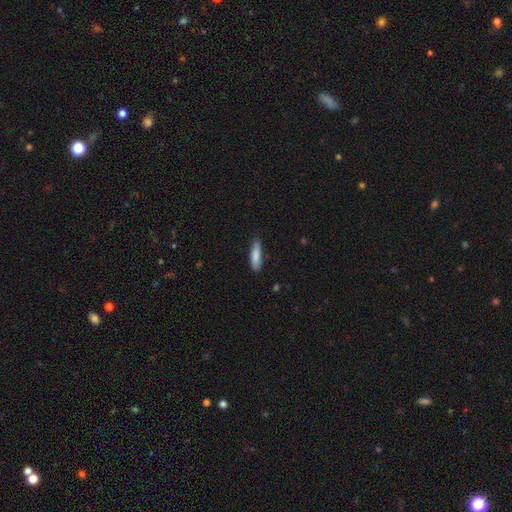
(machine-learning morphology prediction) The model was most divided on "how rounded": cigar-shaped: 64%, in between: 35%, round: 1%. More confident: smooth or featured — smooth (83%); merging — none (77%).